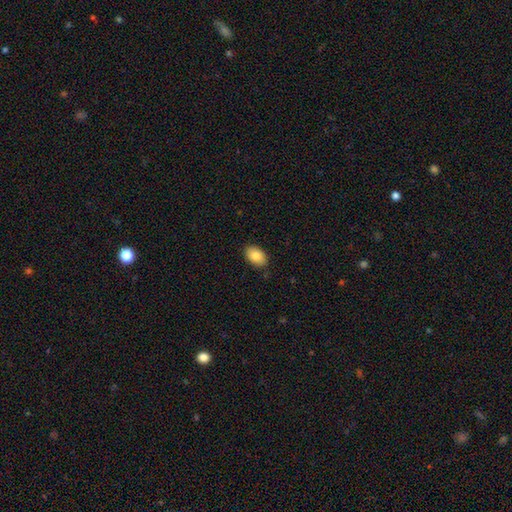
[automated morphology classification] A smooth galaxy with no disk features (85%) that is in between round and cigar-shaped (89%). Merging: none (86%).